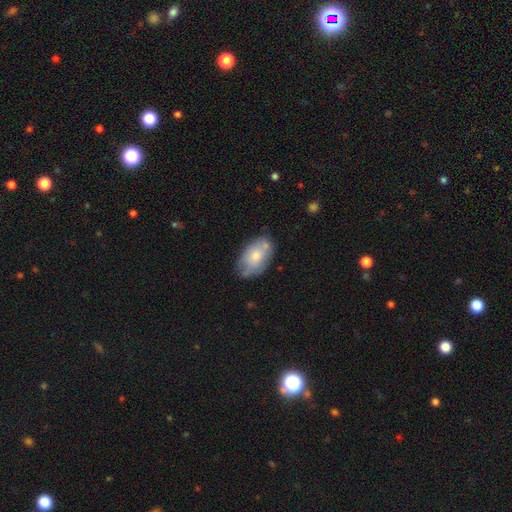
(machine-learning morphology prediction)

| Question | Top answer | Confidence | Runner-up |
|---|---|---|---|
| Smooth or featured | smooth | 64% | featured or disk (30%) |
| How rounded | in between | 92% | round (6%) |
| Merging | none | 60% | minor disturbance (26%) |